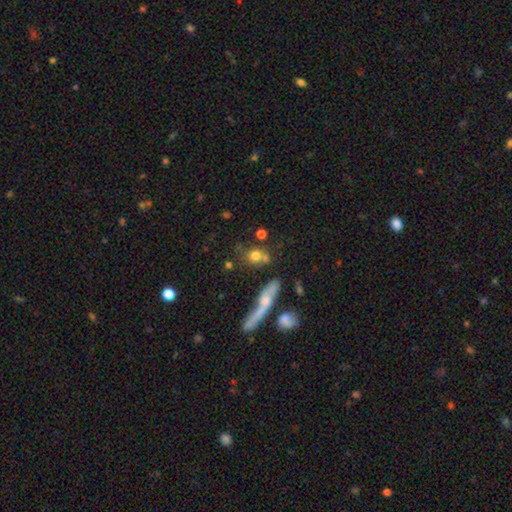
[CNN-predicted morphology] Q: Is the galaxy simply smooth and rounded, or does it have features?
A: smooth — 72%.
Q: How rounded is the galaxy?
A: round — 67%.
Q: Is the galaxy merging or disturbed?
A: none — 51%.